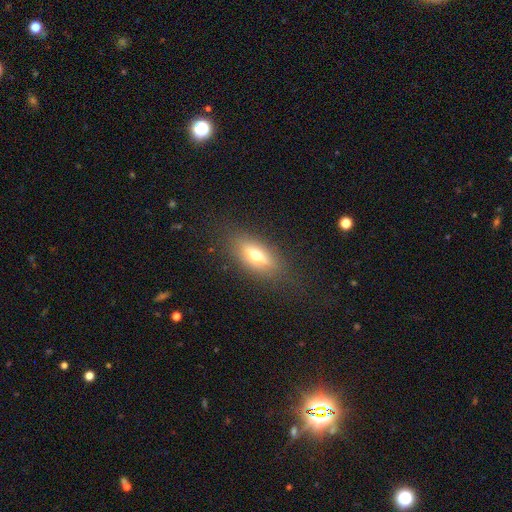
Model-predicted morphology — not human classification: smooth-or-featured: smooth: 60% | featured or disk: 31% | star or artifact: 9%
  how-rounded: in between: 74% | cigar-shaped: 21% | round: 5%
  merging: none: 83% | minor disturbance: 11% | major disturbance: 5% | merger: 1%